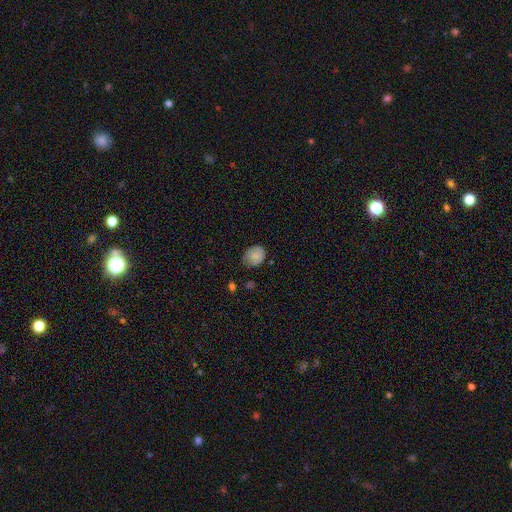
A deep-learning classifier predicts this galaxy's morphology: Q: Smooth or featured?
A: smooth (81%); runner-up: featured or disk (11%)
Q: How rounded?
A: in between (52%); runner-up: round (47%)
Q: Merging?
A: none (64%); runner-up: minor disturbance (29%)